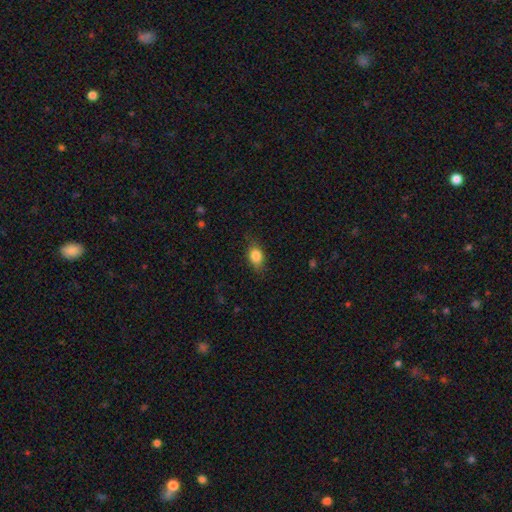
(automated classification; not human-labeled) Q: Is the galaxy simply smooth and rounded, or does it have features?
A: smooth — 83%.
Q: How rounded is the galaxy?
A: in between — 75%.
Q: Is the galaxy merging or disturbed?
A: none — 77%.